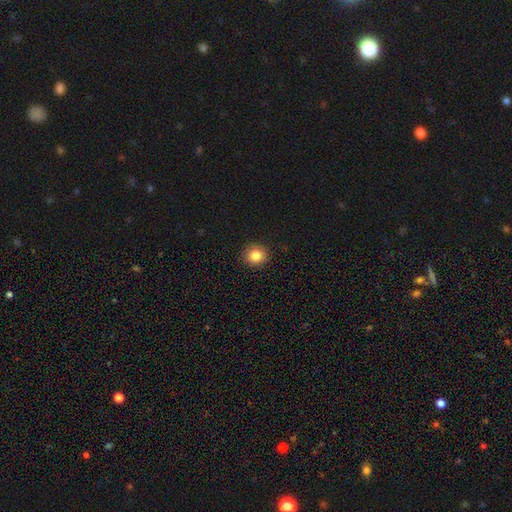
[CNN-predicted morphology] Q: Smooth or featured?
A: smooth (84%); runner-up: star or artifact (11%)
Q: How rounded?
A: round (87%); runner-up: in between (12%)
Q: Merging?
A: none (92%); runner-up: minor disturbance (6%)